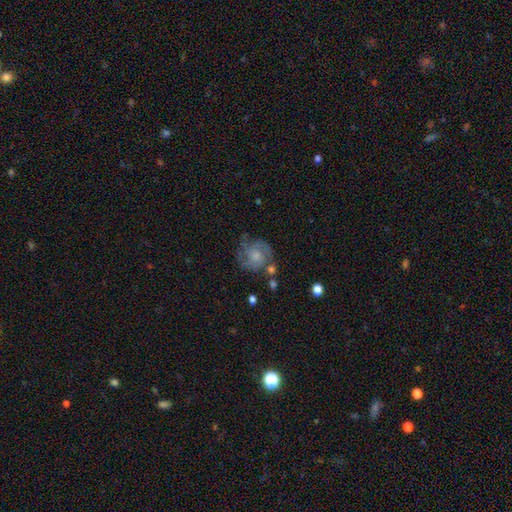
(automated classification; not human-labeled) The model was most divided on "bulge size": moderate: 41%, small: 35%, none: 14%, large: 9%, dominant: 2%. Remaining: edge-on disk — no (98%); spiral arms — yes (90%); bar — no (74%); smooth or featured — featured or disk (71%); merging — none (62%); spiral winding — tight (48%); spiral arm count — 2 (34%).